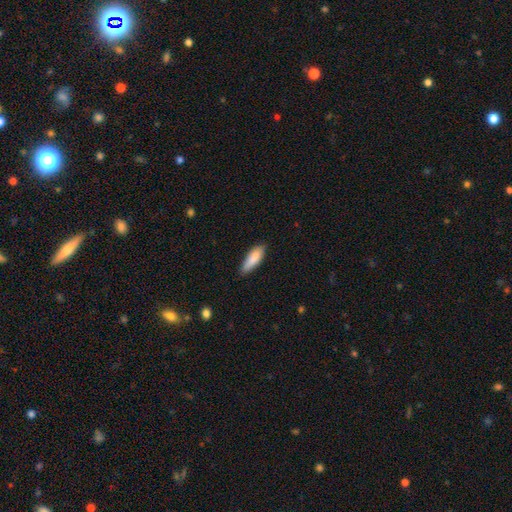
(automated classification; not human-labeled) The model was most divided on "how rounded": cigar-shaped: 50%, in between: 49%, round: 2%. More confident: smooth or featured — smooth (87%); merging — none (81%).